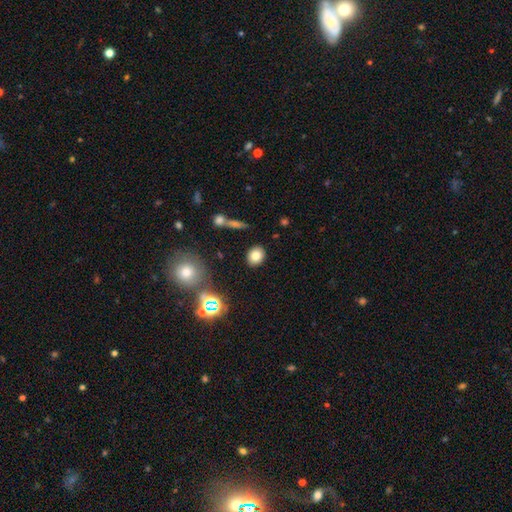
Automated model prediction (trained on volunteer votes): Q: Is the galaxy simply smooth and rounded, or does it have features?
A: smooth — 79%.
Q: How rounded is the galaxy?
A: round — 54%.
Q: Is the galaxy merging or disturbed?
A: none — 87%.